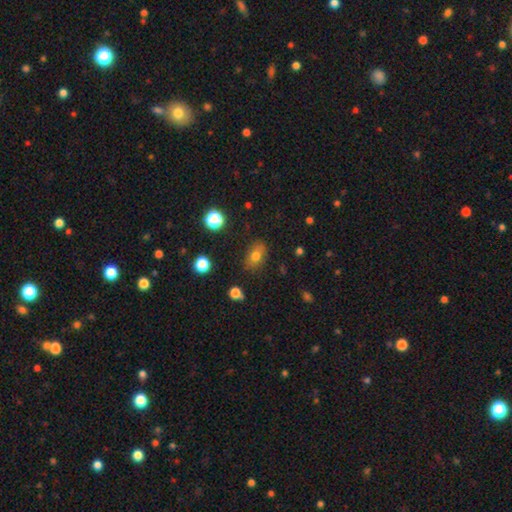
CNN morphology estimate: smooth-or-featured: smooth: 73% | featured or disk: 14% | star or artifact: 13%
  how-rounded: in between: 75% | round: 22% | cigar-shaped: 3%
  merging: none: 82% | minor disturbance: 13% | major disturbance: 3% | merger: 2%